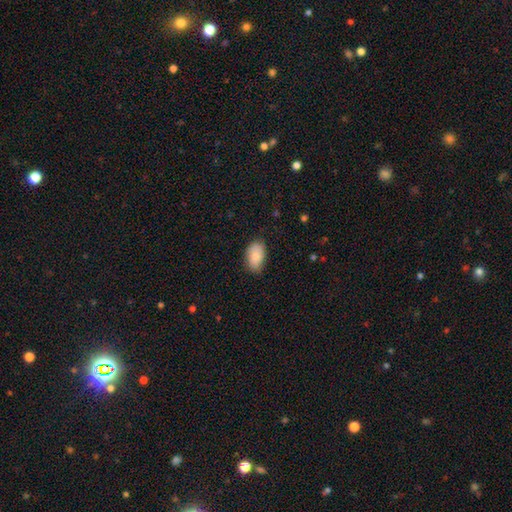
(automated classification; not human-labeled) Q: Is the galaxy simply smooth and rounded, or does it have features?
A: smooth — 81%.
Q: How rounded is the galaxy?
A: in between — 92%.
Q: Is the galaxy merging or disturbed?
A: none — 77%.